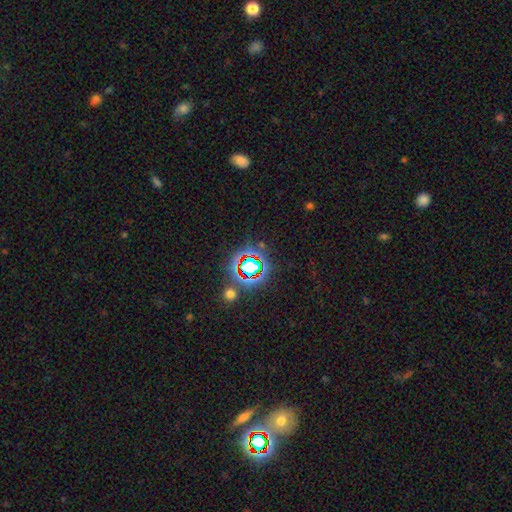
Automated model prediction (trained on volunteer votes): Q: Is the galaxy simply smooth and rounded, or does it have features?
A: star or artifact — 76%.